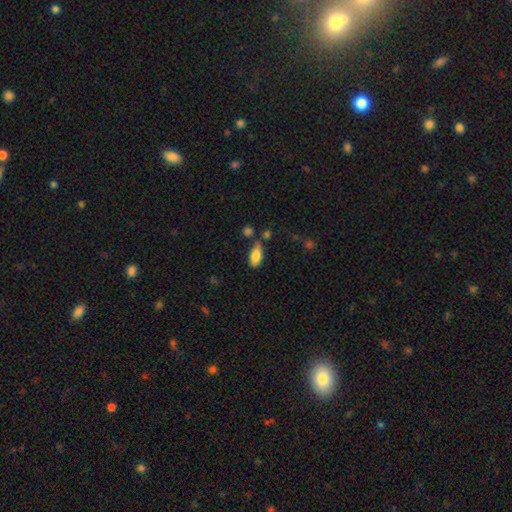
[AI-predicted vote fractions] Q: Smooth or featured?
A: smooth (82%); runner-up: featured or disk (11%)
Q: How rounded?
A: in between (87%); runner-up: cigar-shaped (10%)
Q: Merging?
A: none (56%); runner-up: minor disturbance (24%)